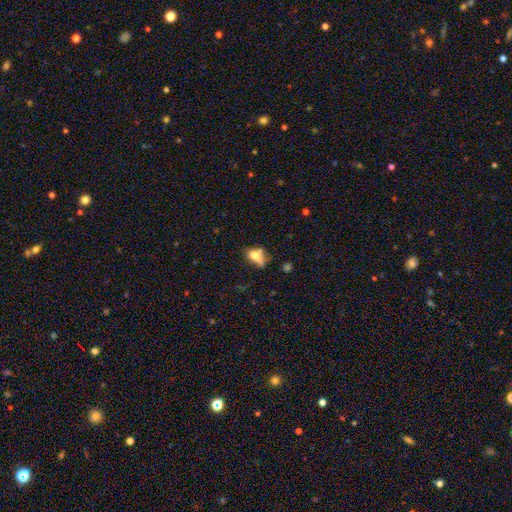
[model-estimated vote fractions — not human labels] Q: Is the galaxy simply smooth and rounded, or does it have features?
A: smooth — 69%.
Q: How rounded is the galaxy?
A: in between — 77%.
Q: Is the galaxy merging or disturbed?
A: none — 36%.